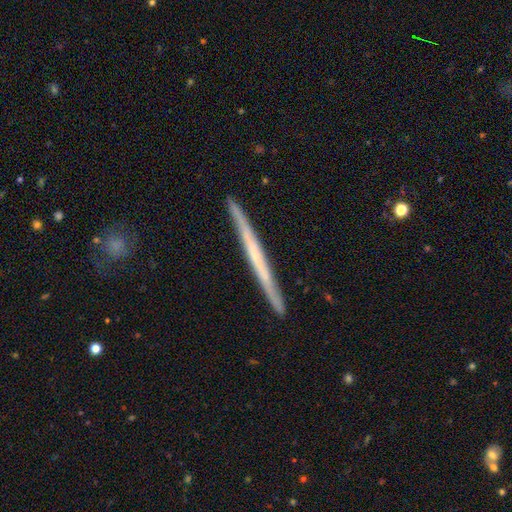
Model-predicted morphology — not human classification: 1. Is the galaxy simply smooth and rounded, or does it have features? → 64% featured or disk, 30% smooth, 6% star or artifact.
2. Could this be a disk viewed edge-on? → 97% yes, 3% no.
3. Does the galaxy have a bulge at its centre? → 81% none, 13% rounded, 6% boxy.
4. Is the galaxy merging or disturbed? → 90% none, 7% minor disturbance, 1% major disturbance, 1% merger.